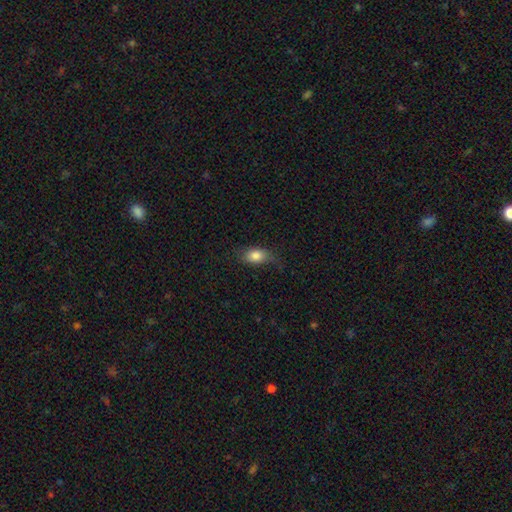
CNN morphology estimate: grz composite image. It shows a smooth galaxy with no disk features (82%) that is in between round and cigar-shaped (85%). Merging: none (62%).